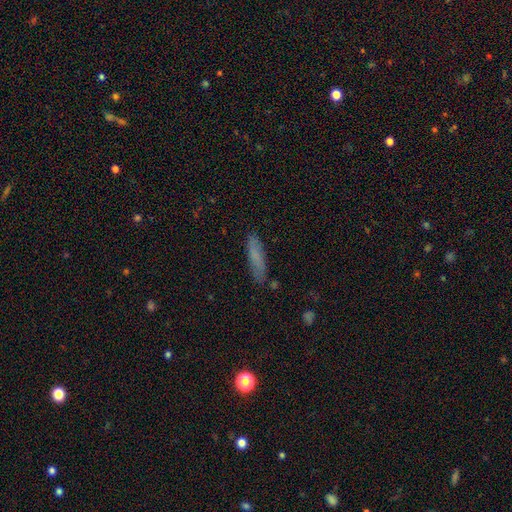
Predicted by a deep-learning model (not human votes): This appears to be a smooth galaxy with no disk features (74%) that is cigar-shaped (78%). Merging: none (81%).